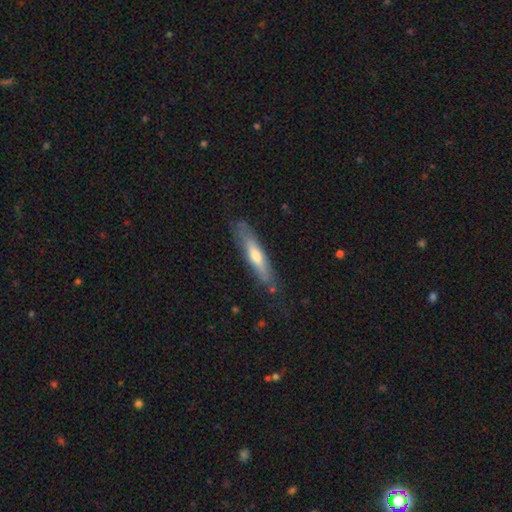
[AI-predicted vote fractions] smooth 48%, featured or disk 46%, star or artifact 6%. Down the decision tree: merging — none (77%).